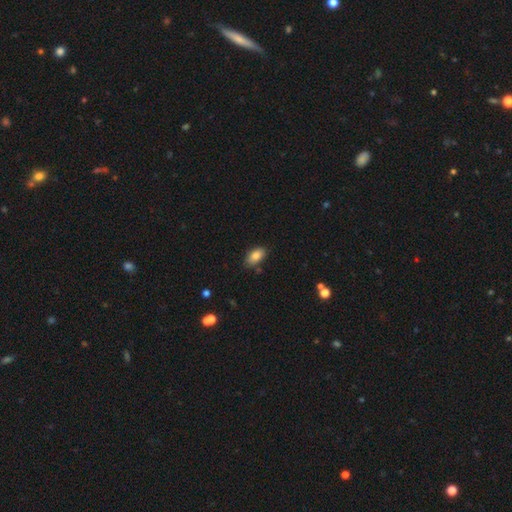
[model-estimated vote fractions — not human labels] smooth_or_featured: smooth (p=0.84) [alt: featured or disk p=0.08]
how_rounded: in between (p=0.93) [alt: round p=0.05]
merging: none (p=0.80) [alt: minor disturbance p=0.15]